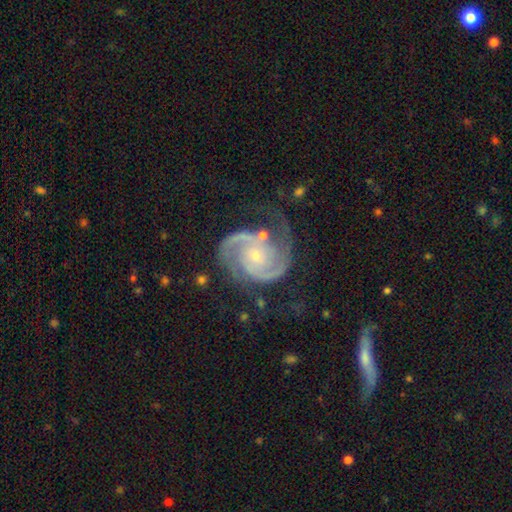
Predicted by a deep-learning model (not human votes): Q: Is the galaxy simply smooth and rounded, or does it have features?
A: featured or disk — 92%.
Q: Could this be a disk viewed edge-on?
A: no — 98%.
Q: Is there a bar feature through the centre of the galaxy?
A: no — 69%.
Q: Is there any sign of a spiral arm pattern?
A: yes — 98%.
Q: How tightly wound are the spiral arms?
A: medium — 52%.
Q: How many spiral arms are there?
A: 2 — 89%.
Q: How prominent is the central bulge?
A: small — 72%.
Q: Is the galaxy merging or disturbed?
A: none — 67%.